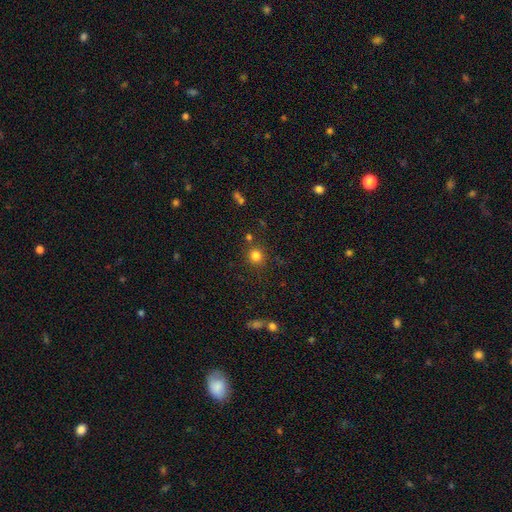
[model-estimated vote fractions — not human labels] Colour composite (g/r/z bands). It shows a smooth galaxy with no disk features (81%) that is round (92%). Merging: none (83%).